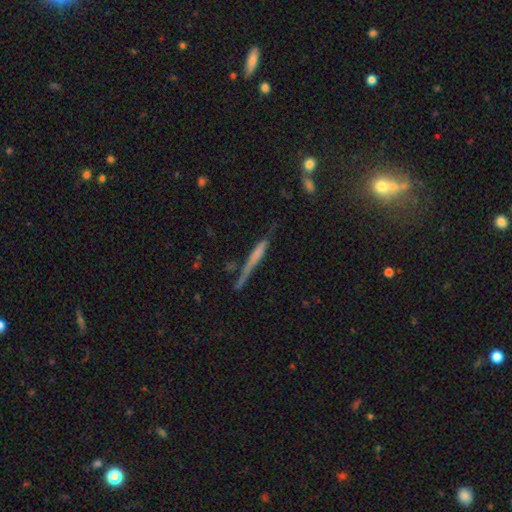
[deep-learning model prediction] smooth-or-featured: featured or disk: 47% | smooth: 44% | star or artifact: 8%
  merging: none: 66% | minor disturbance: 22% | major disturbance: 7% | merger: 6%